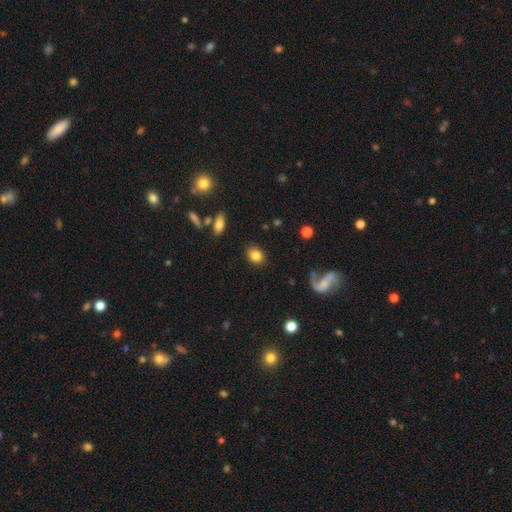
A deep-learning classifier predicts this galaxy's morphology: smooth_or_featured: smooth (p=0.81) [alt: featured or disk p=0.10]
how_rounded: round (p=0.60) [alt: in between p=0.38]
merging: none (p=0.85) [alt: minor disturbance p=0.09]